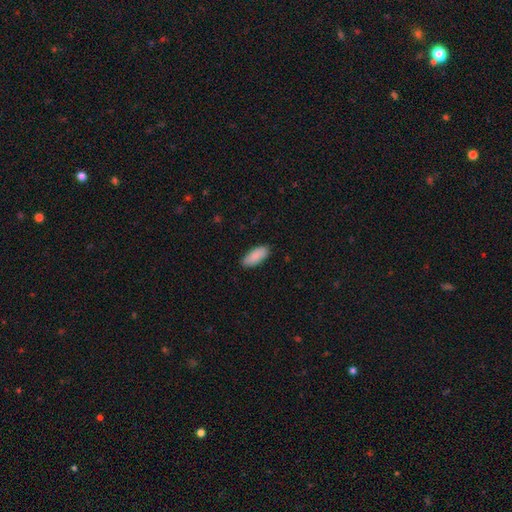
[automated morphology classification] smooth 90%, star or artifact 6%, featured or disk 5%. Down the decision tree: how rounded — in between (81%); merging — none (87%).